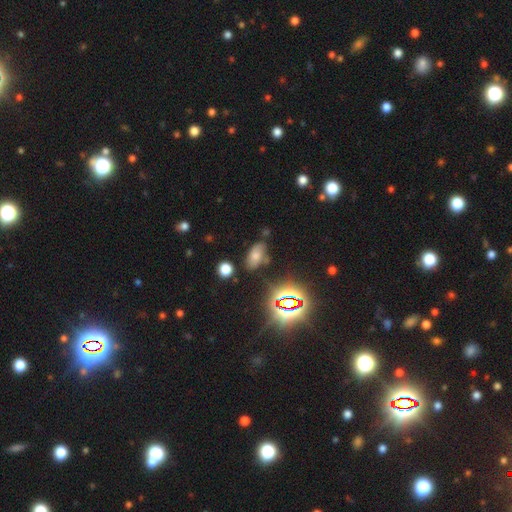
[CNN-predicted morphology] Q: Smooth or featured?
A: smooth (58%); runner-up: star or artifact (27%)
Q: How rounded?
A: in between (89%); runner-up: round (7%)
Q: Merging?
A: none (68%); runner-up: minor disturbance (19%)